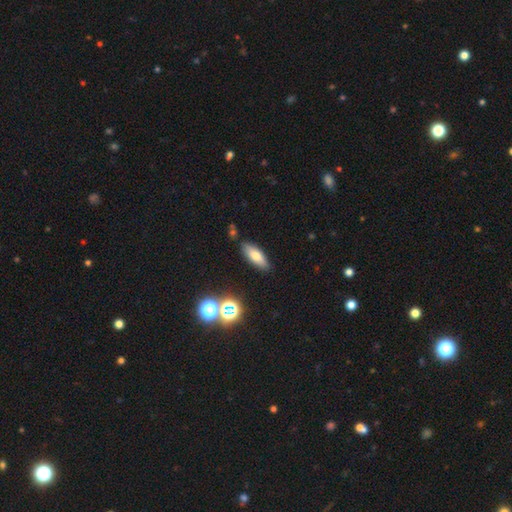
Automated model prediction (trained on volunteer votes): Smooth or featured? smooth (70%)
How rounded? in between (65%)
Merging? none (84%)